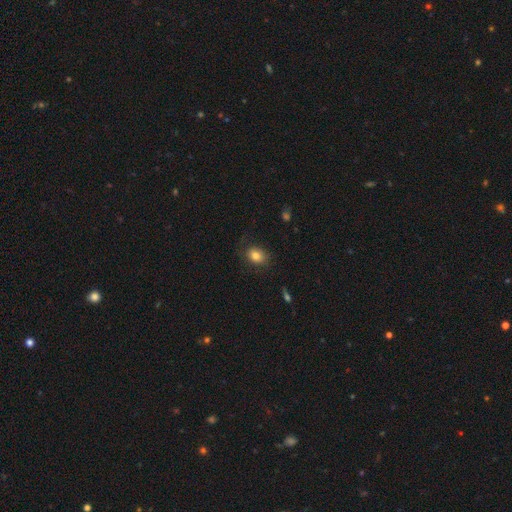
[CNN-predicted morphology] smooth-or-featured: smooth: 81% | star or artifact: 10% | featured or disk: 9%
  how-rounded: in between: 58% | round: 41% | cigar-shaped: 1%
  merging: none: 76% | minor disturbance: 17% | major disturbance: 6% | merger: 1%